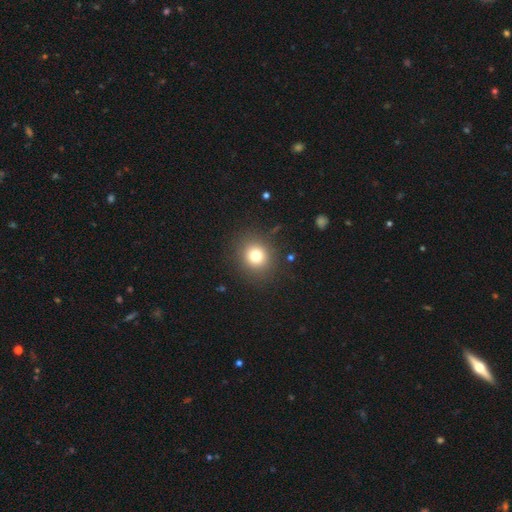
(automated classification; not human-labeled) A smooth galaxy with no disk features (77%) that is round (84%).

Vote fractions:
- Smooth or featured? smooth: 77% / star or artifact: 14% / featured or disk: 9%
- How rounded? round: 84% / in between: 15% / cigar-shaped: 1%
- Merging? none: 88% / minor disturbance: 7% / major disturbance: 4% / merger: 1%